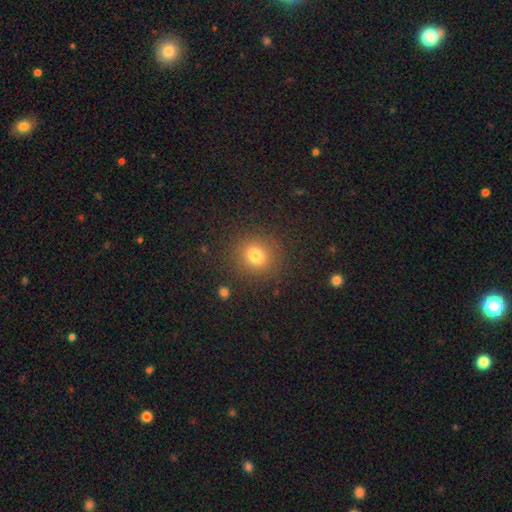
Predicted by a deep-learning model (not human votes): smooth 77%, star or artifact 15%, featured or disk 8%. Down the decision tree: how rounded — round (84%); merging — none (88%).